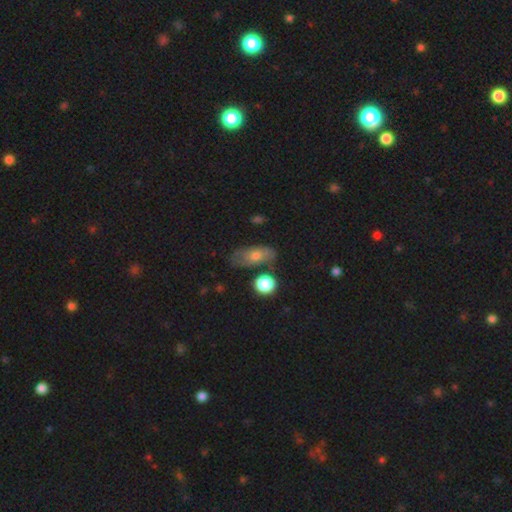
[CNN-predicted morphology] The model was most divided on "merging": none: 60%, minor disturbance: 24%, merger: 8%, major disturbance: 8%. More confident: how rounded — in between (76%); smooth or featured — smooth (64%).